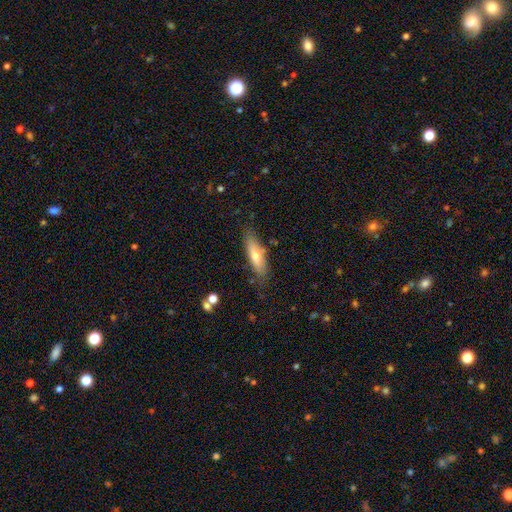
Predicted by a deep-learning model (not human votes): A smooth galaxy with no disk features (62%) that is cigar-shaped (61%).

Vote fractions:
- Smooth or featured? smooth: 62% / featured or disk: 32% / star or artifact: 7%
- How rounded? cigar-shaped: 61% / in between: 37% / round: 2%
- Merging? none: 77% / minor disturbance: 16% / major disturbance: 4% / merger: 3%